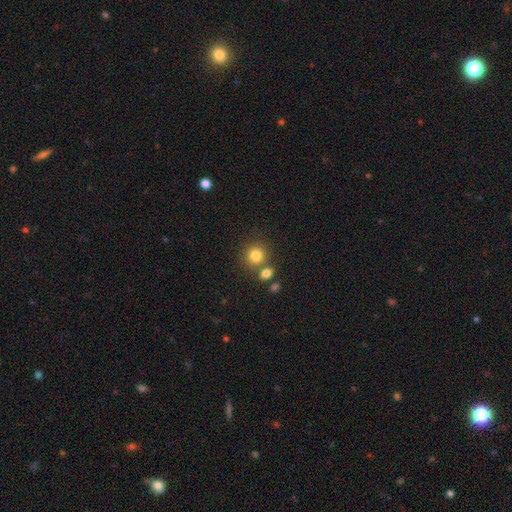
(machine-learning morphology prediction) Smooth or featured: smooth — 81% (star or artifact — 11%)
How rounded: round — 86% (in between — 13%)
Merging: none — 66% (merger — 22%)